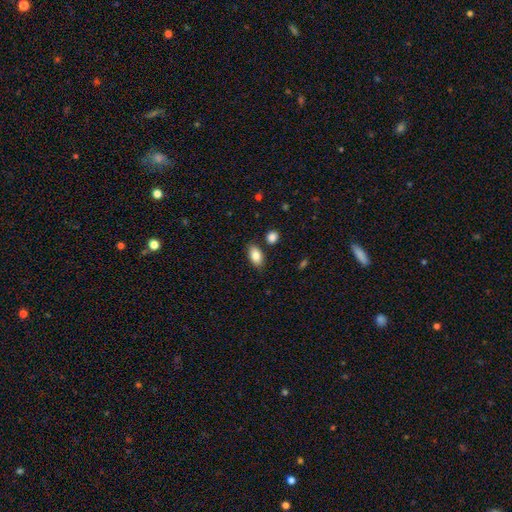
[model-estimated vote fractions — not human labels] smooth 84%, featured or disk 8%, star or artifact 7%. Down the decision tree: how rounded — in between (90%); merging — none (82%).